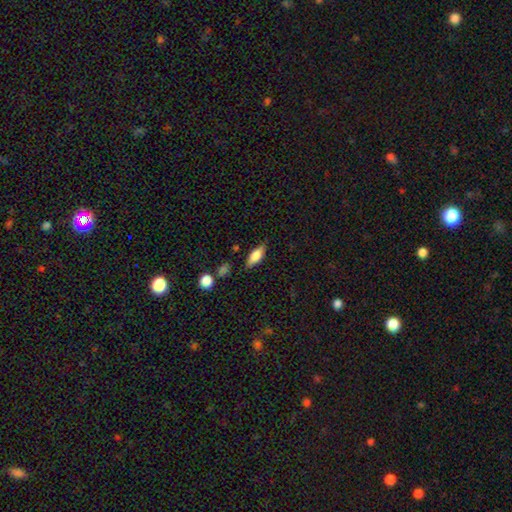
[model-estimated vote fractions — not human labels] smooth-or-featured: smooth: 71% | featured or disk: 22% | star or artifact: 7%
  how-rounded: in between: 75% | cigar-shaped: 22% | round: 3%
  merging: none: 79% | minor disturbance: 14% | major disturbance: 4% | merger: 3%